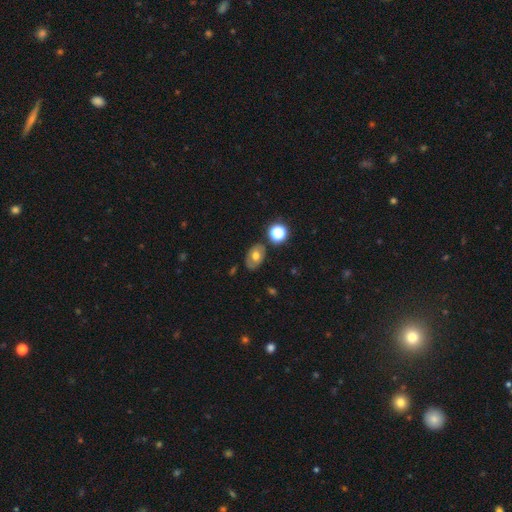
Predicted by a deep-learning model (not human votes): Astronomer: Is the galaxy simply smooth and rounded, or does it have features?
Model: smooth — 56% (runner-up: featured or disk, 33%).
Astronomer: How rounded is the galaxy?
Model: in between — 78%.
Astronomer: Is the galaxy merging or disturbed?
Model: none — 77%.